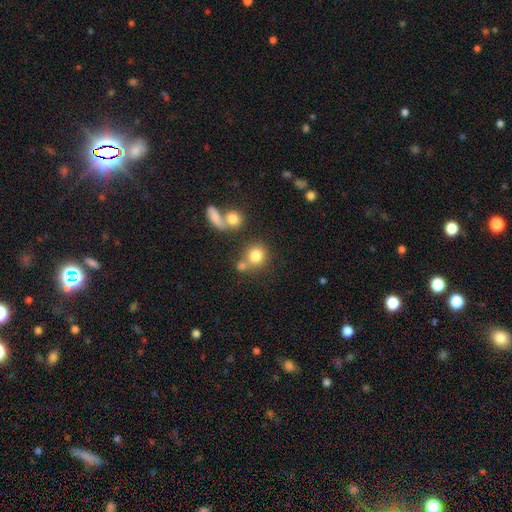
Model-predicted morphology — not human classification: smooth 79%, star or artifact 12%, featured or disk 10%. Down the decision tree: how rounded — round (85%); merging — none (59%).